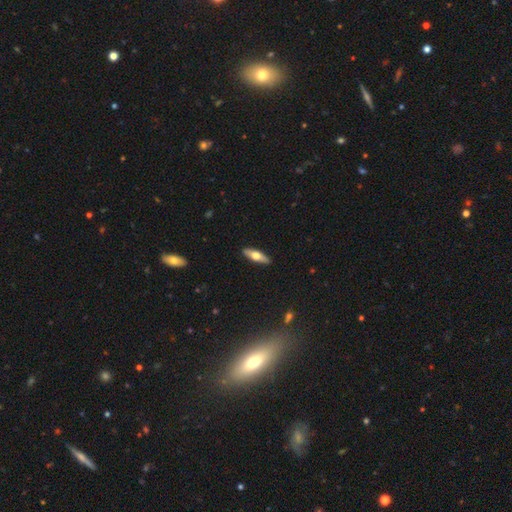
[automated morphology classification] The model was most divided on "smooth or featured" (2-way tie): featured or disk: 47%, smooth: 47%, star or artifact: 6%. More confident: merging — none (90%).